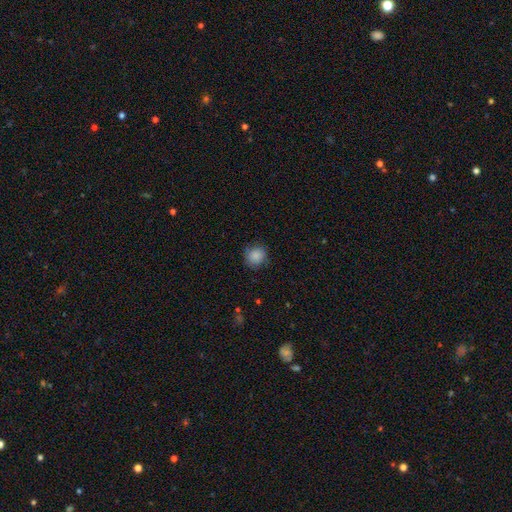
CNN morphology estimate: smooth-or-featured: smooth: 86% | star or artifact: 9% | featured or disk: 5%
  how-rounded: round: 85% | in between: 14% | cigar-shaped: 1%
  merging: none: 79% | minor disturbance: 16% | major disturbance: 4% | merger: 1%